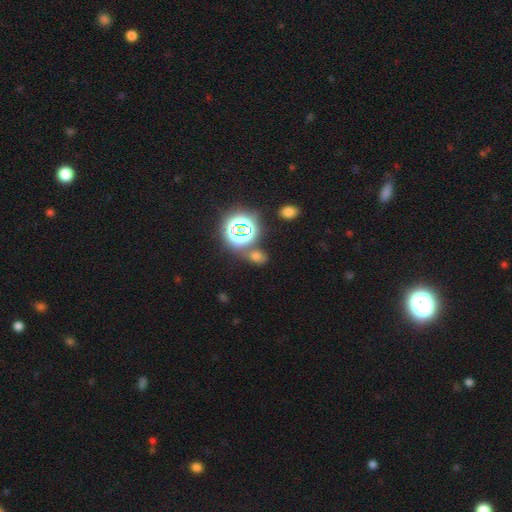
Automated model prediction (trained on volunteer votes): smooth 52%, star or artifact 40%, featured or disk 8%. Down the decision tree: how rounded — in between (63%); merging — none (67%).